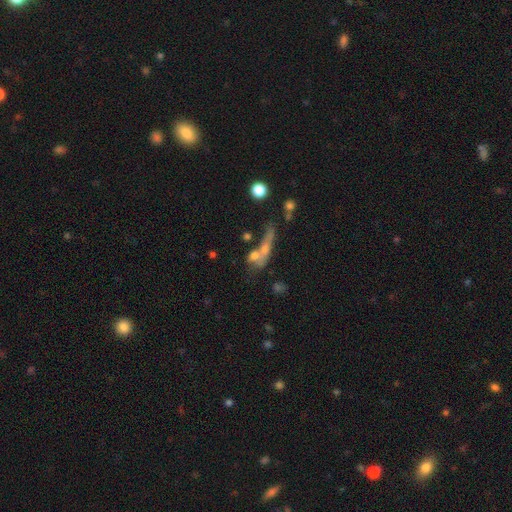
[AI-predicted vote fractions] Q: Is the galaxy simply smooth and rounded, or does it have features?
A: smooth — 55%.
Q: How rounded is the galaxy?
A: cigar-shaped — 39%.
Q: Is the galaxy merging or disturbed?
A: merger — 48%.